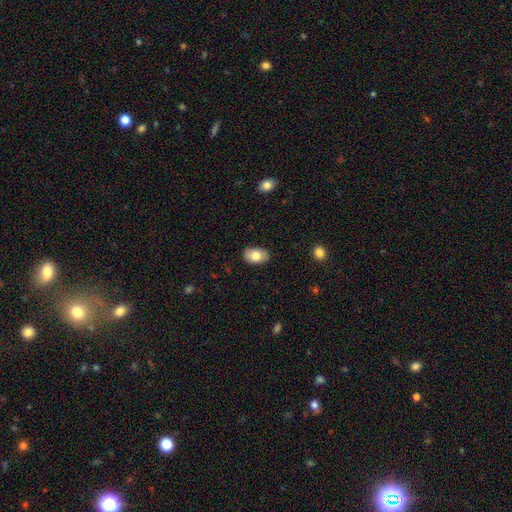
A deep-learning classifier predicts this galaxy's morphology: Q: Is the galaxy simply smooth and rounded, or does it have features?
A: smooth — 79%.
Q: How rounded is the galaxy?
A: in between — 89%.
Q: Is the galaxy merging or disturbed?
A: none — 85%.